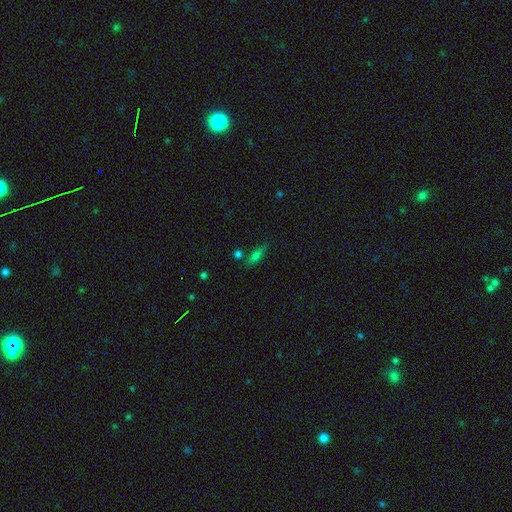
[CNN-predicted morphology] This is likely a smooth galaxy (64%). How rounded: possibly in between (49%). Merging: likely none (65%).